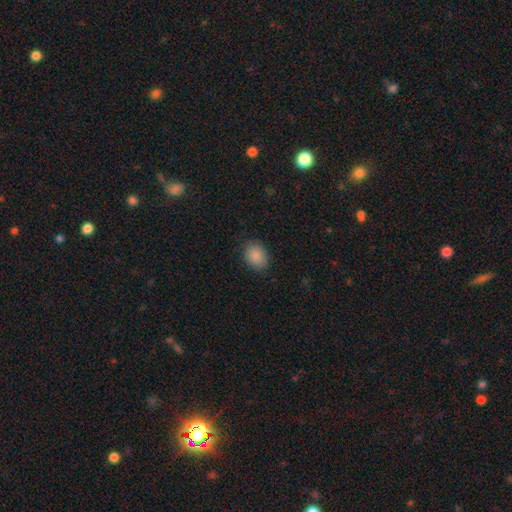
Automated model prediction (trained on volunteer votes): A smooth galaxy with no disk features (89%) that is in between round and cigar-shaped (58%).

Vote fractions:
- Smooth or featured? smooth: 89% / star or artifact: 8% / featured or disk: 3%
- How rounded? in between: 58% / round: 41% / cigar-shaped: 1%
- Merging? none: 87% / minor disturbance: 10% / major disturbance: 3% / merger: 1%